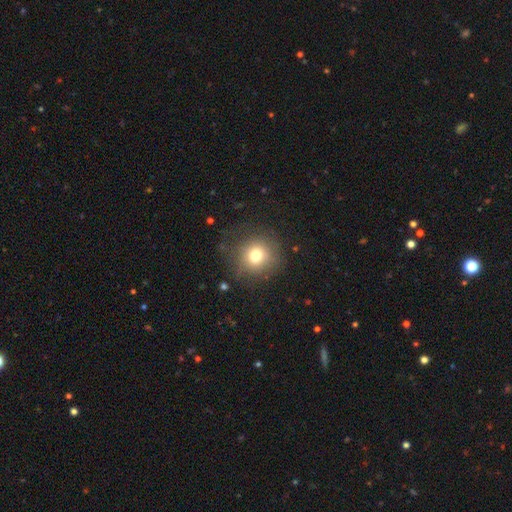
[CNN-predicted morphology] This is likely a smooth galaxy (73%). How rounded: clearly round (91%). Merging: likely none (76%).